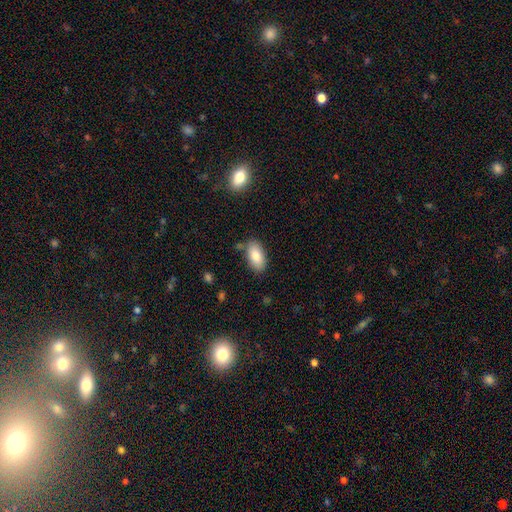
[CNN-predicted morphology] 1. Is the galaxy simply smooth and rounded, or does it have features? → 83% smooth, 10% featured or disk, 7% star or artifact.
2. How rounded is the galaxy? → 93% in between, 4% cigar-shaped, 3% round.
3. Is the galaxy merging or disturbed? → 80% none, 13% minor disturbance, 4% merger, 3% major disturbance.